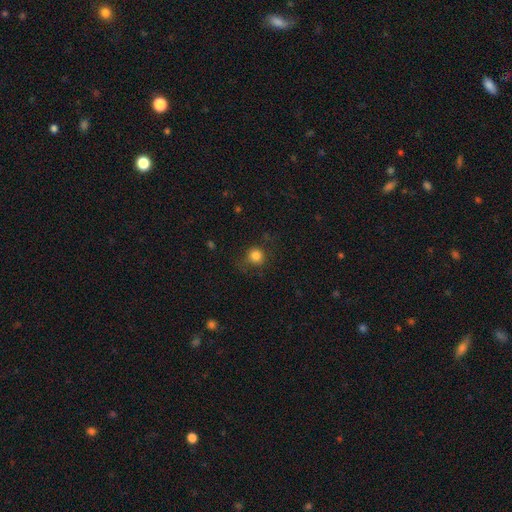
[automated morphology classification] smooth-or-featured: smooth: 82% | star or artifact: 12% | featured or disk: 5%
  how-rounded: round: 90% | in between: 9% | cigar-shaped: 1%
  merging: none: 73% | minor disturbance: 17% | major disturbance: 9% | merger: 2%